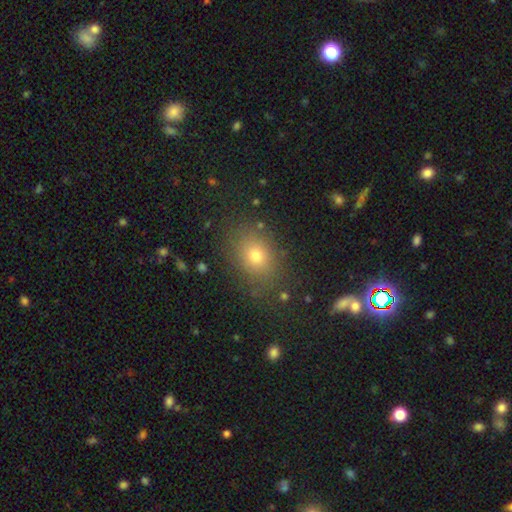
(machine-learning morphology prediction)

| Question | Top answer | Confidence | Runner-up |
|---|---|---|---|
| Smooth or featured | smooth | 73% | star or artifact (16%) |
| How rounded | in between | 58% | round (41%) |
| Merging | none | 81% | minor disturbance (11%) |